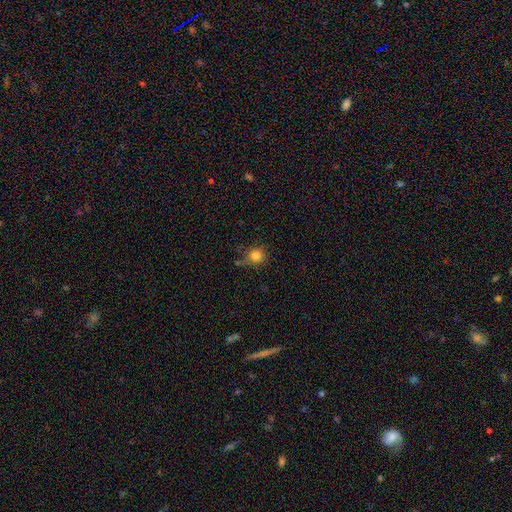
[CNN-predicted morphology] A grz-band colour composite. It shows a smooth galaxy with no disk features (82%) that is round (88%). Merging: none (68%).